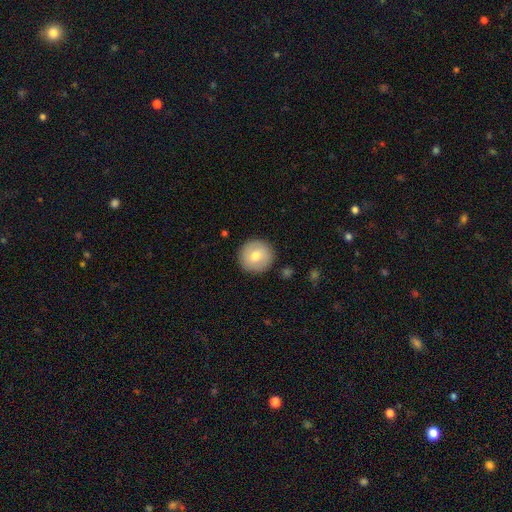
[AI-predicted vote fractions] smooth 72%, featured or disk 21%, star or artifact 8%. Down the decision tree: how rounded — round (96%); merging — none (90%).